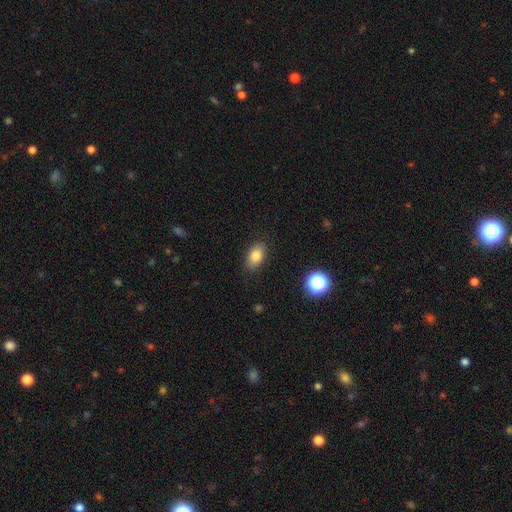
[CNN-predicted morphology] smooth_or_featured: smooth (p=0.82) [alt: star or artifact p=0.10]
how_rounded: in between (p=0.87) [alt: round p=0.10]
merging: none (p=0.86) [alt: minor disturbance p=0.11]